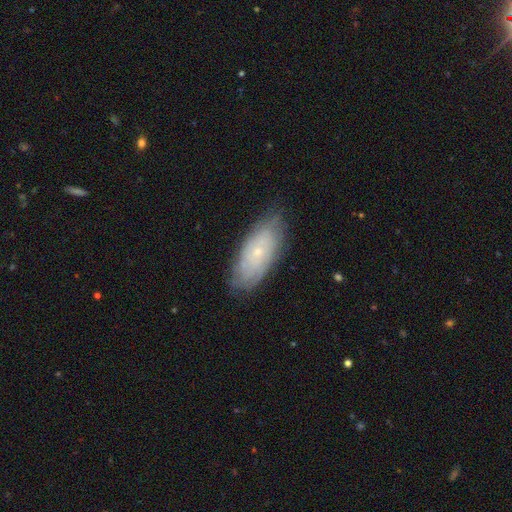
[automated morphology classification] Smooth or featured: featured or disk — 50% (smooth — 41%)
Merging: none — 80% (minor disturbance — 15%)